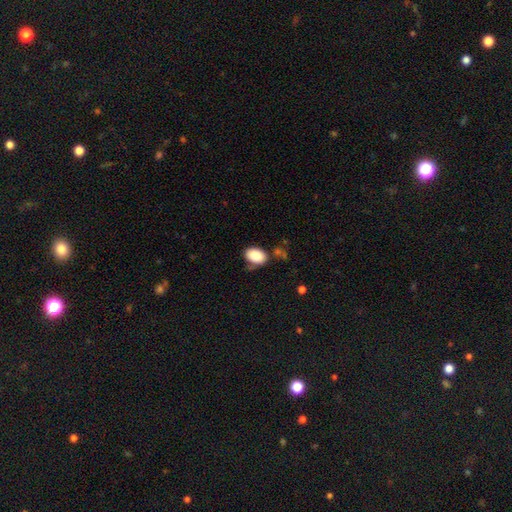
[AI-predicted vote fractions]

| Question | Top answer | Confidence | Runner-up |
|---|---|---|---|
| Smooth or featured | smooth | 88% | star or artifact (7%) |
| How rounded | in between | 85% | round (13%) |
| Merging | none | 68% | minor disturbance (20%) |